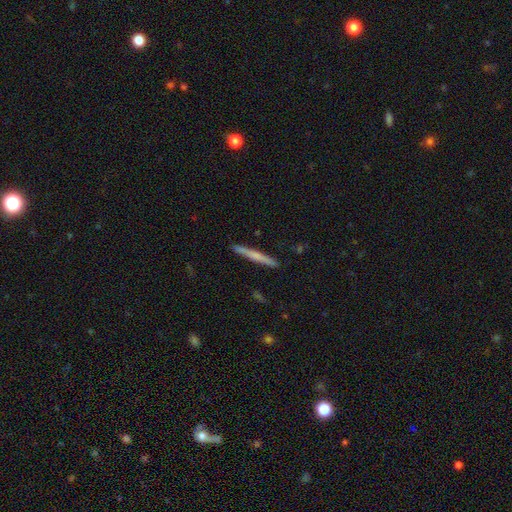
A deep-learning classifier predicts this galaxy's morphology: A smooth galaxy with no disk features (51%) that is cigar-shaped (96%).

Vote fractions:
- Smooth or featured? smooth: 51% / featured or disk: 43% / star or artifact: 6%
- How rounded? cigar-shaped: 96% / in between: 2% / round: 1%
- Merging? none: 91% / minor disturbance: 6% / major disturbance: 1% / merger: 1%